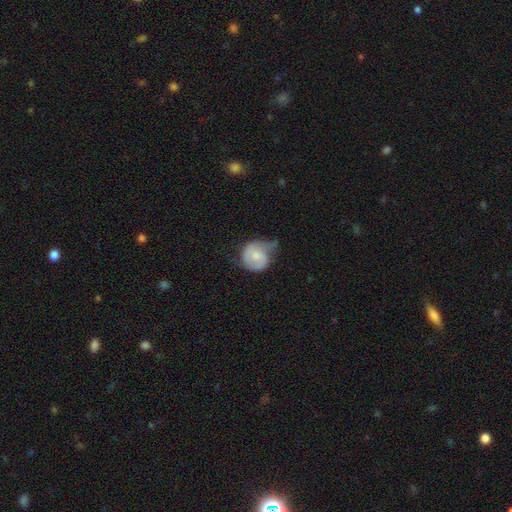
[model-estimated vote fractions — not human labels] Smooth or featured: smooth — 55% (featured or disk — 39%)
How rounded: round — 77% (in between — 22%)
Merging: minor disturbance — 43% (major disturbance — 28%)